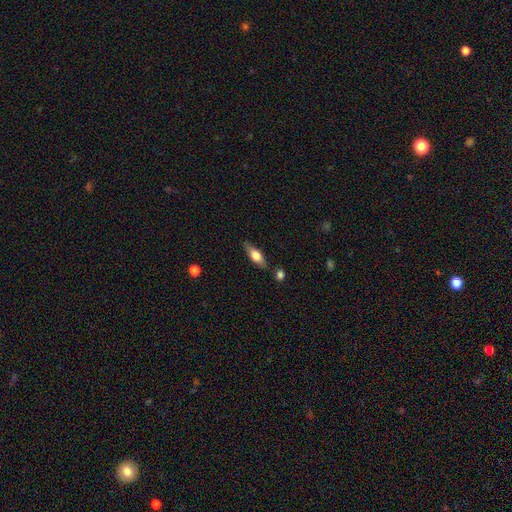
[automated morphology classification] A smooth galaxy with no disk features (64%) that is in between round and cigar-shaped (66%).

Vote fractions:
- Smooth or featured? smooth: 64% / featured or disk: 29% / star or artifact: 7%
- How rounded? in between: 66% / cigar-shaped: 31% / round: 3%
- Merging? none: 77% / minor disturbance: 14% / merger: 5% / major disturbance: 3%